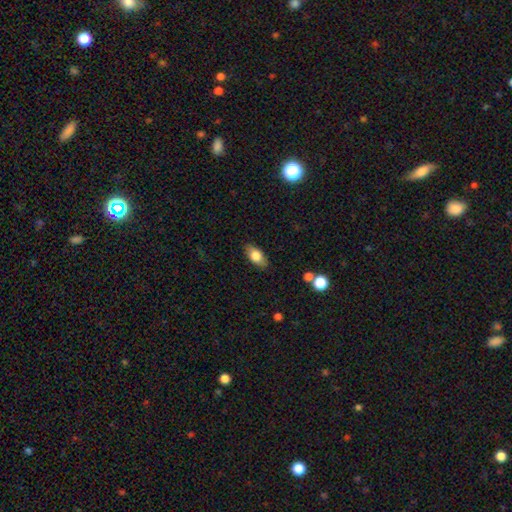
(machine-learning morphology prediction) Smooth or featured: smooth — 77% (featured or disk — 16%)
How rounded: in between — 88% (cigar-shaped — 7%)
Merging: none — 85% (minor disturbance — 11%)